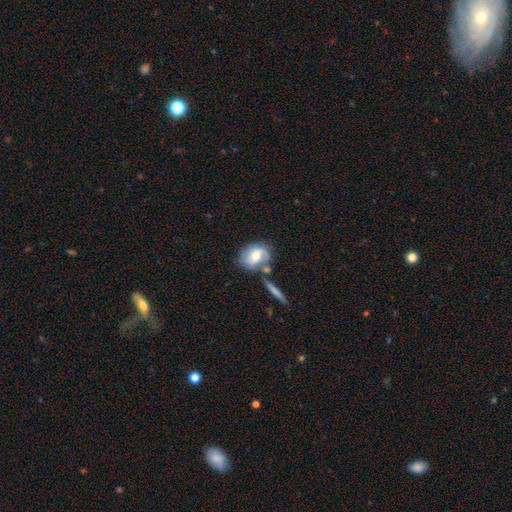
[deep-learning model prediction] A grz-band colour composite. It shows a featured or disk galaxy (52%). Merging: none (54%).